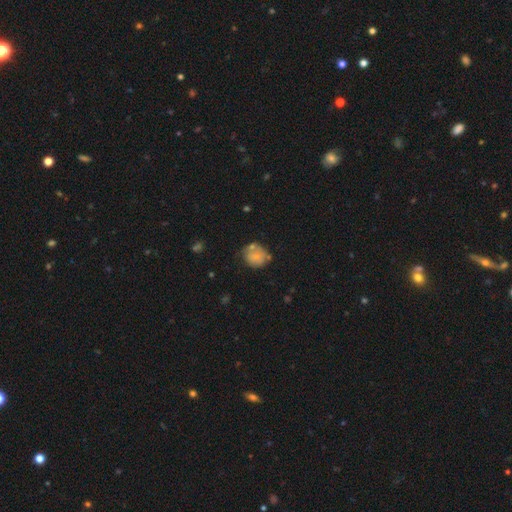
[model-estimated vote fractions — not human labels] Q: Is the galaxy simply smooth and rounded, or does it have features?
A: smooth — 65%.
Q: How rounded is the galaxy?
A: round — 71%.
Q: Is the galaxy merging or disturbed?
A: none — 53%.